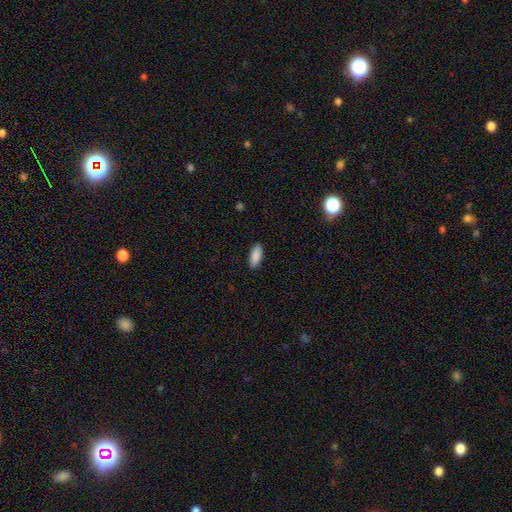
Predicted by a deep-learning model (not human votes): smooth-or-featured: smooth: 90% | star or artifact: 6% | featured or disk: 4%
  how-rounded: in between: 84% | cigar-shaped: 14% | round: 2%
  merging: none: 89% | minor disturbance: 8% | major disturbance: 2% | merger: 1%